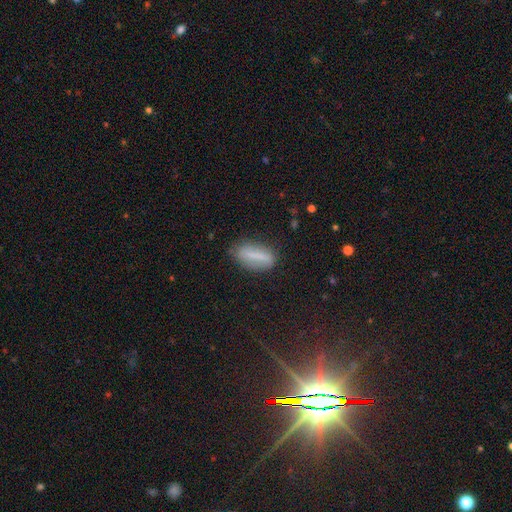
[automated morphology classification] Q: Smooth or featured?
A: smooth (65%); runner-up: featured or disk (25%)
Q: How rounded?
A: in between (64%); runner-up: cigar-shaped (32%)
Q: Merging?
A: none (74%); runner-up: minor disturbance (18%)